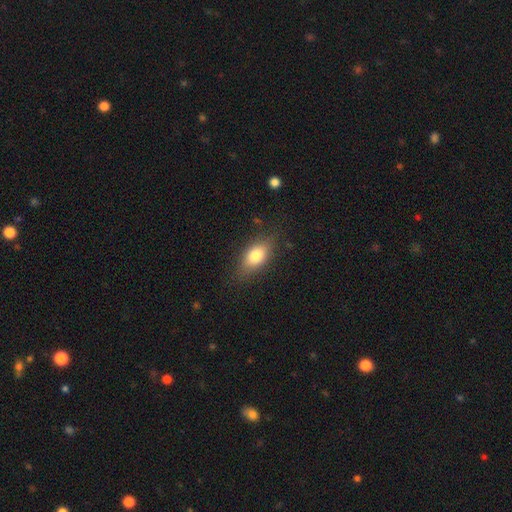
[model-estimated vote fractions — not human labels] smooth 78%, featured or disk 14%, star or artifact 8%. Down the decision tree: how rounded — in between (84%); merging — none (80%).